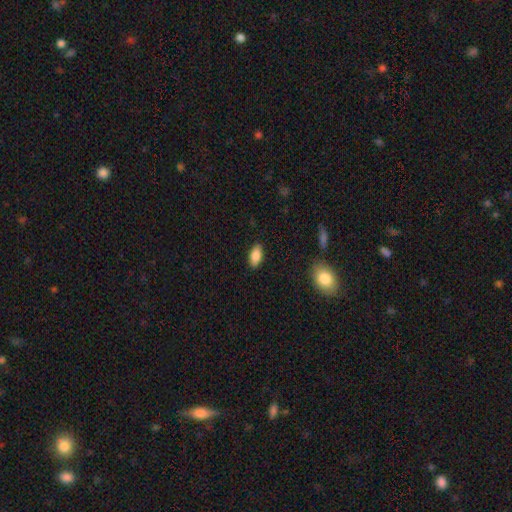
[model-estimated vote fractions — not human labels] Morphology: type=smooth (86%); roundness=in between (90%); merging=none (88%).